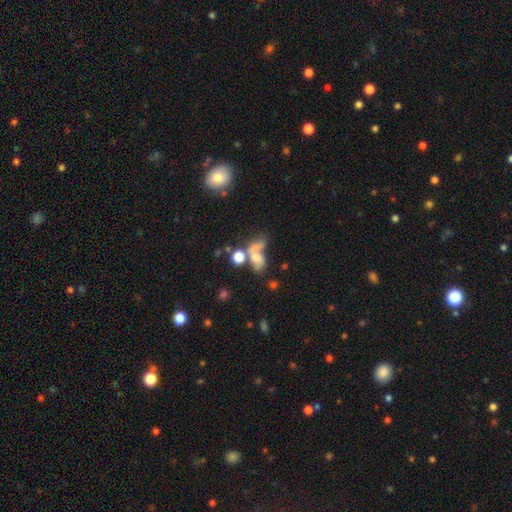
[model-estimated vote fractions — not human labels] Morphology: type=smooth (58%); roundness=in between (69%); merging=merger (49%).